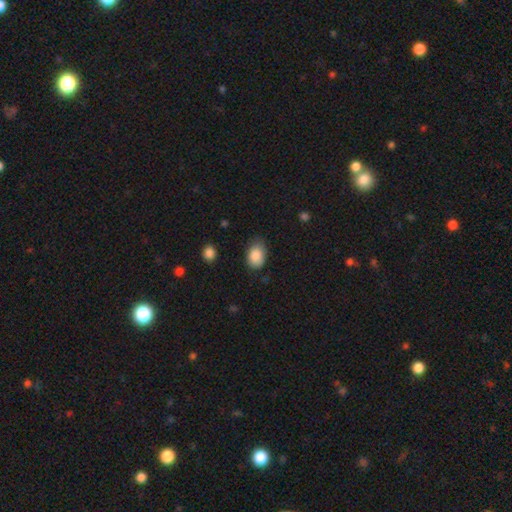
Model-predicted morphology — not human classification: smooth 87%, star or artifact 7%, featured or disk 5%. Down the decision tree: how rounded — in between (84%); merging — none (69%).